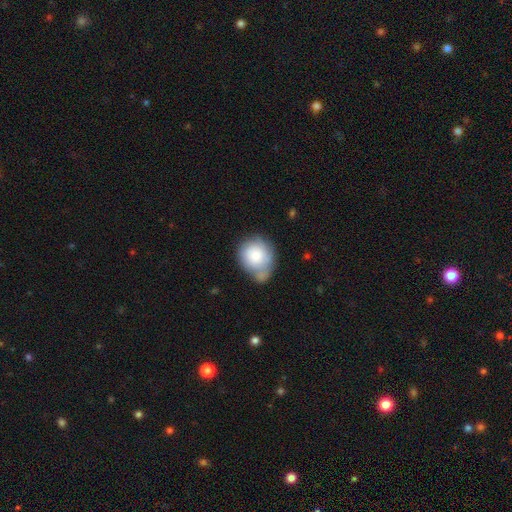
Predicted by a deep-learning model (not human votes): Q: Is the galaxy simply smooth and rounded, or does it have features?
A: smooth — 78%.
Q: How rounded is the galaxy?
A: round — 70%.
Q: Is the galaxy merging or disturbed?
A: none — 38%.